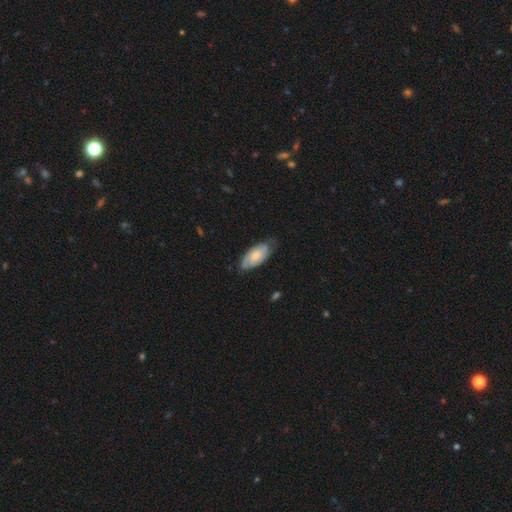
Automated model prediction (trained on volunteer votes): Morphology: type=featured or disk (60%); edge-on=no (92%); bar=no (65%); spiral arms=yes (87%); bulge=moderate (46%); merging=none (70%).